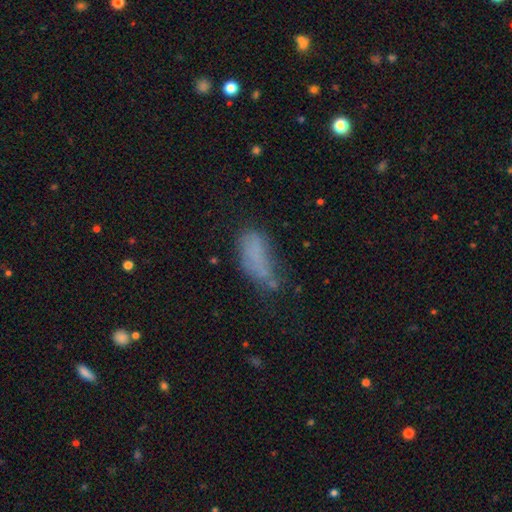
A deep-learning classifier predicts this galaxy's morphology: Smooth or featured? Predicted: smooth (p=0.67). How rounded? Predicted: in between (p=0.80). Merging? Predicted: none (p=0.38).